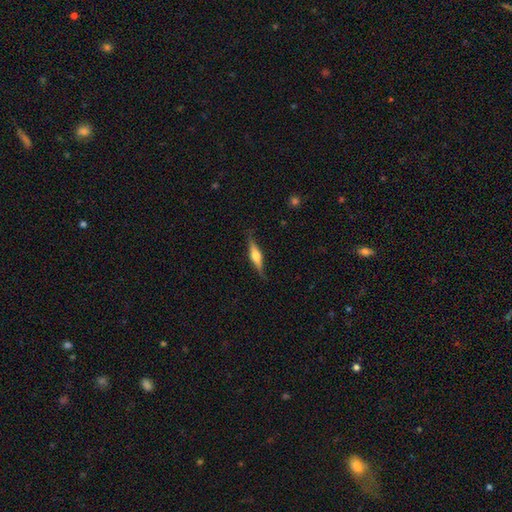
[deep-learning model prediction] A featured or disk galaxy (64%) viewed edge-on (96%) with a rounded central bulge (89%). Merging: none (84%).